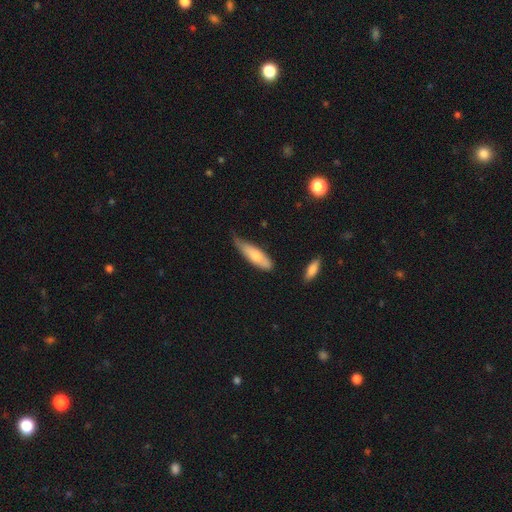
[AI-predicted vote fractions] smooth-or-featured: smooth: 69% | featured or disk: 25% | star or artifact: 5%
  how-rounded: cigar-shaped: 58% | in between: 41% | round: 2%
  merging: none: 44% | minor disturbance: 43% | major disturbance: 10% | merger: 3%